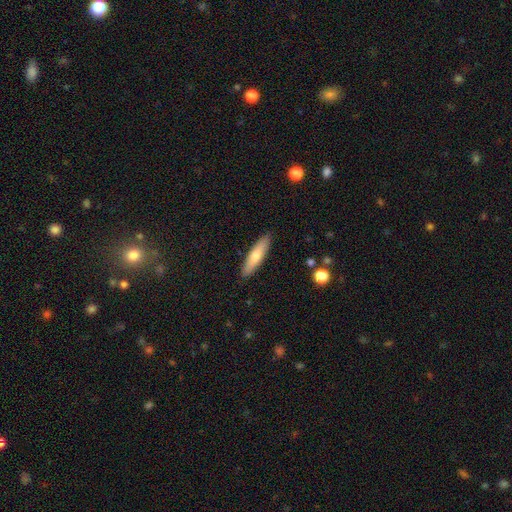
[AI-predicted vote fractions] The model was most divided on "smooth or featured": smooth: 68%, featured or disk: 26%, star or artifact: 6%. More confident: merging — none (89%); how rounded — cigar-shaped (75%).